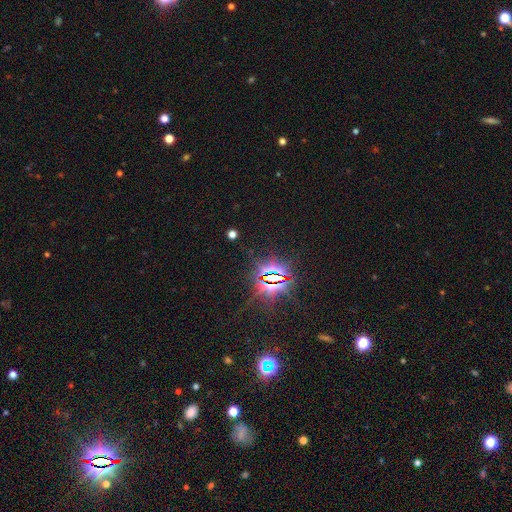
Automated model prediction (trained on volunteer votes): A star or artifact, not a galaxy (85%).